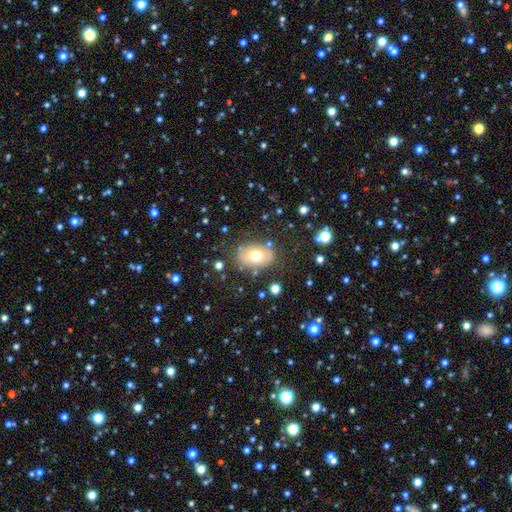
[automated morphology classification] type=smooth (62%); roundness=in between (73%); merging=none (77%).